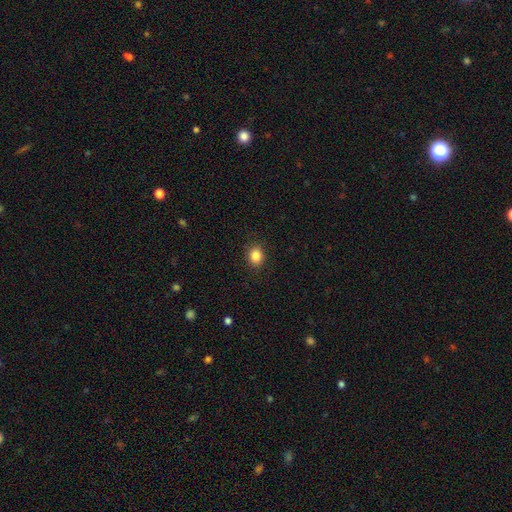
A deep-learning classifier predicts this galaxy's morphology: This appears to be a smooth galaxy with no disk features (85%) that is round (61%). Merging: none (89%).